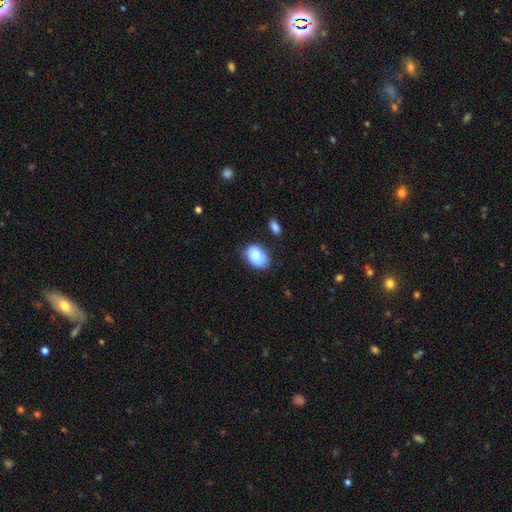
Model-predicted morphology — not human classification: Smooth or featured? smooth (85%)
How rounded? in between (85%)
Merging? none (64%)